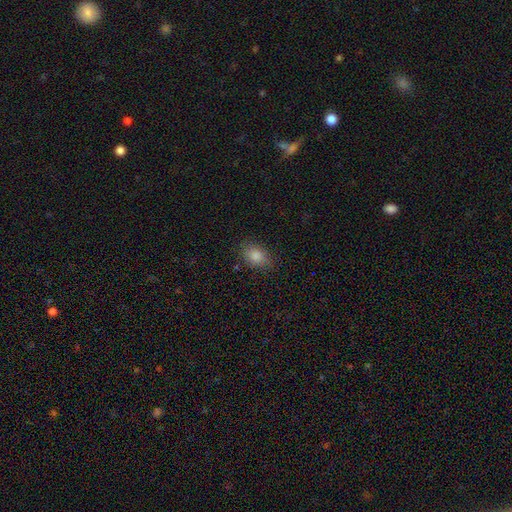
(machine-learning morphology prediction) Smooth or featured? smooth (82%)
How rounded? in between (74%)
Merging? none (81%)